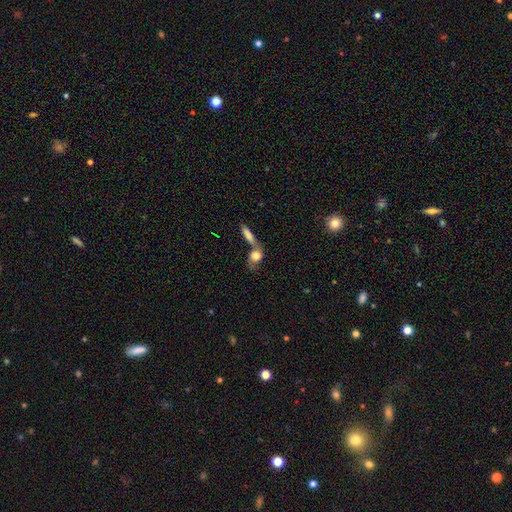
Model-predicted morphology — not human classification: Smooth or featured? Predicted: smooth (p=0.70). How rounded? Predicted: in between (p=0.54). Merging? Predicted: merger (p=0.50).